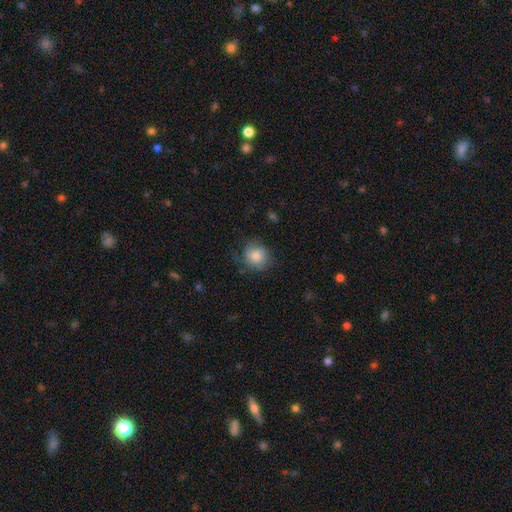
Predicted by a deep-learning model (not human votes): Smooth or featured?
  - smooth: 75% *
  - featured or disk: 17%
  - star or artifact: 8%
How rounded?
  - round: 80% *
  - in between: 20%
  - cigar-shaped: 1%
Merging?
  - none: 63% *
  - minor disturbance: 25%
  - major disturbance: 11%
  - merger: 1%